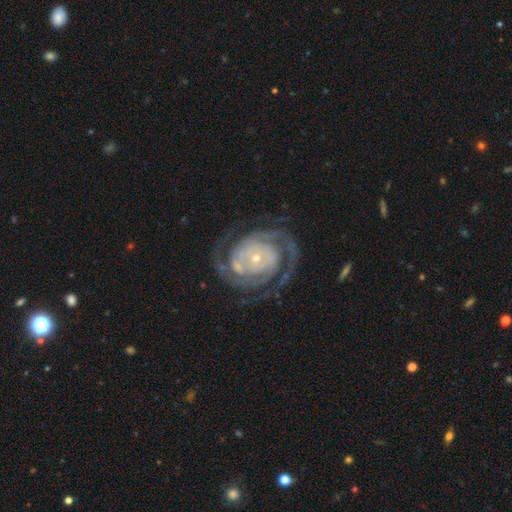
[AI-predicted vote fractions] The model was most divided on "spiral arm count": 2: 49%, 3: 17%, can't tell: 15%, 4: 8%, more than 4: 6%, 1: 6%. More confident: edge-on disk — no (98%); spiral arms — yes (98%); smooth or featured — featured or disk (90%); bulge size — small (79%); merging — none (74%); bar — no (72%); spiral winding — tight (72%).